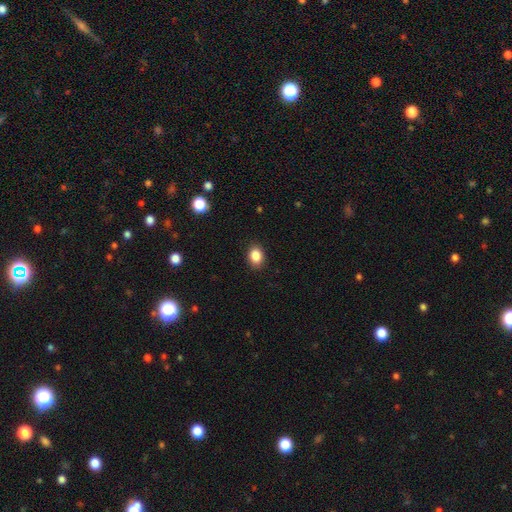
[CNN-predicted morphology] A smooth galaxy with no disk features (86%) that is in between round and cigar-shaped (66%). Merging: none (88%).